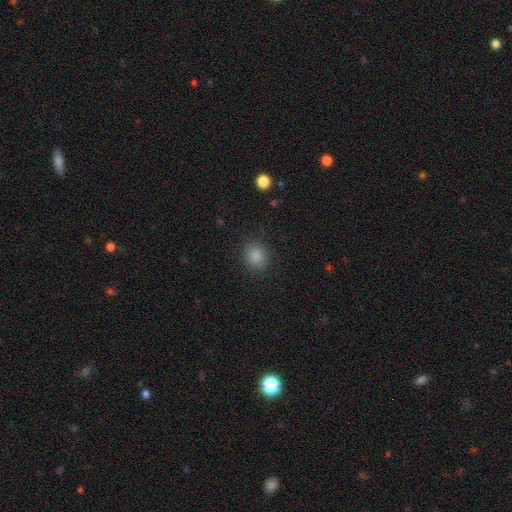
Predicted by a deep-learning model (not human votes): A smooth galaxy with no disk features (83%) that is round (78%). Merging: none (90%).